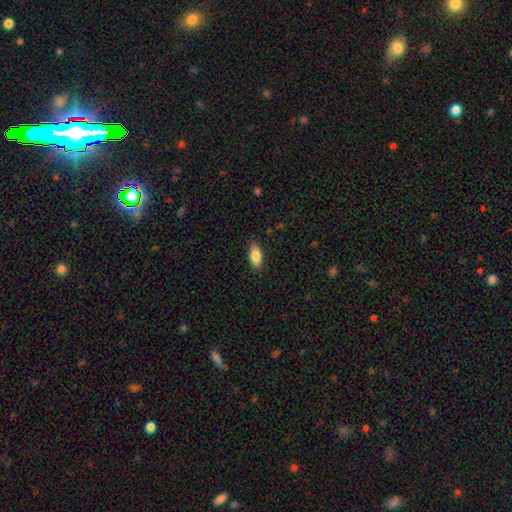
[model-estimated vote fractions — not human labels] Smooth or featured? smooth (83%)
How rounded? in between (84%)
Merging? none (85%)